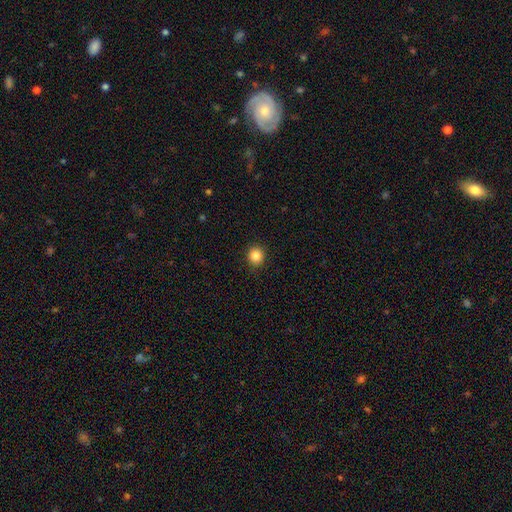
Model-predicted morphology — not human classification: A smooth galaxy with no disk features (85%) that is round (88%).

Vote fractions:
- Smooth or featured? smooth: 85% / star or artifact: 10% / featured or disk: 4%
- How rounded? round: 88% / in between: 11% / cigar-shaped: 1%
- Merging? none: 91% / minor disturbance: 6% / major disturbance: 2% / merger: 1%